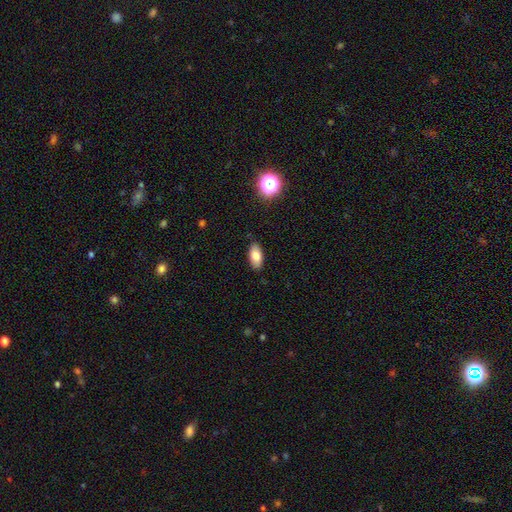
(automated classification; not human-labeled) smooth_or_featured: smooth (p=0.81) [alt: featured or disk p=0.11]
how_rounded: in between (p=0.90) [alt: cigar-shaped p=0.07]
merging: none (p=0.86) [alt: minor disturbance p=0.11]